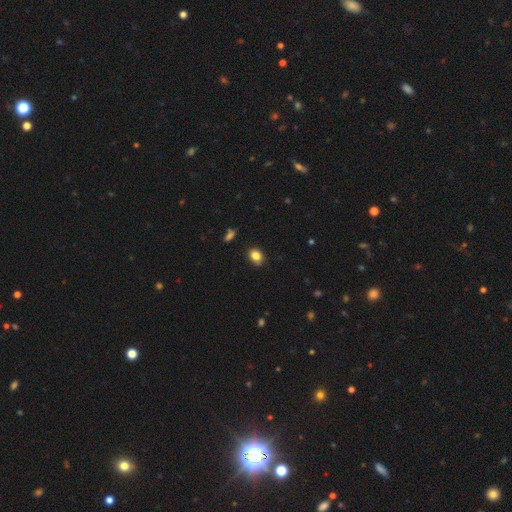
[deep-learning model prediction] A smooth galaxy with no disk features (84%) that is in between round and cigar-shaped (62%). Merging: none (77%).